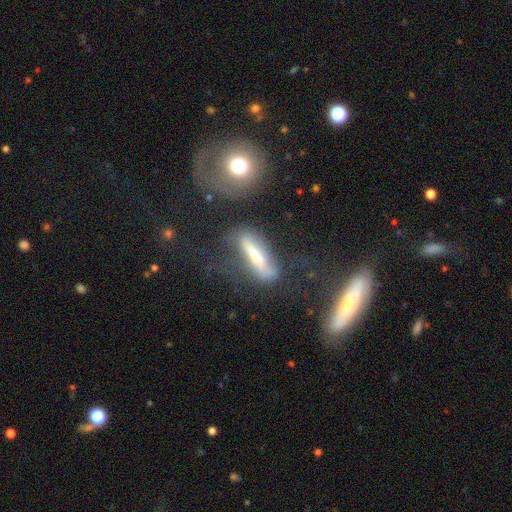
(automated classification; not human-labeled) A featured or disk galaxy (50%). Merging: none (49%).